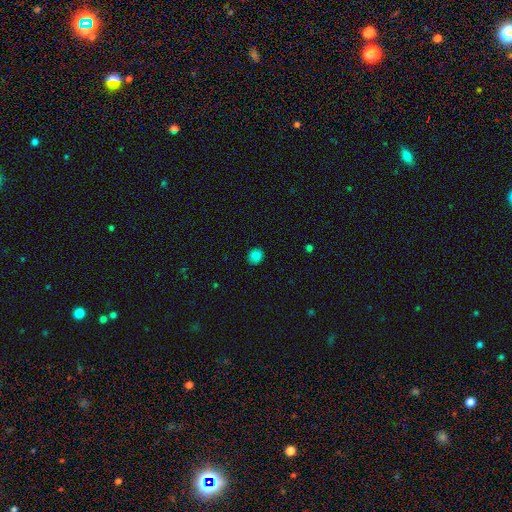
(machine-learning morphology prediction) A smooth galaxy with no disk features (84%) that is round (77%). Merging: none (89%).